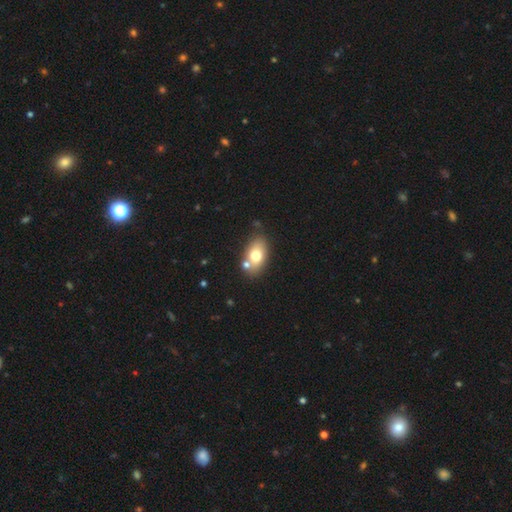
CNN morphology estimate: A smooth galaxy with no disk features (72%) that is in between round and cigar-shaped (87%).

Vote fractions:
- Smooth or featured? smooth: 72% / featured or disk: 20% / star or artifact: 9%
- How rounded? in between: 87% / round: 11% / cigar-shaped: 2%
- Merging? none: 69% / merger: 15% / minor disturbance: 13% / major disturbance: 3%